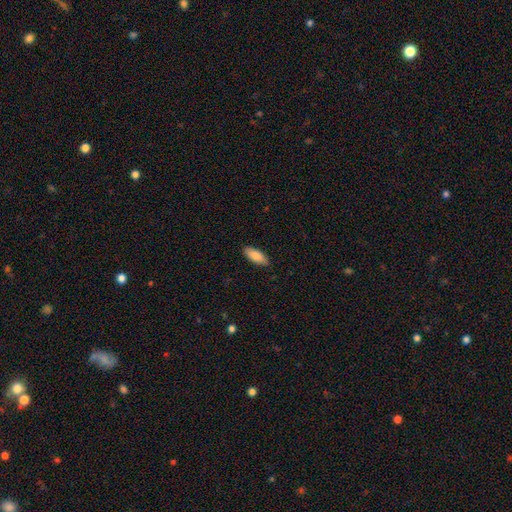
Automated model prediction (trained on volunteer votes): Overall: smooth (87%). How rounded: in between (78%). Merging: none (86%).